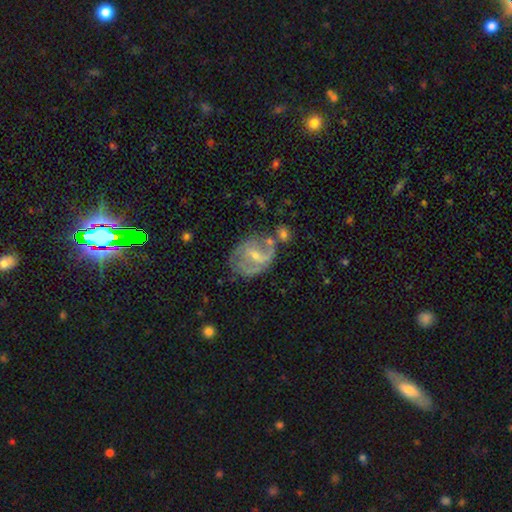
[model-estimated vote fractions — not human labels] Overall: featured or disk (72%). Edge-on disk: no (97%). Bar: weak (50%; strong 25%). Spiral arms: yes (79%). Spiral arm count: 2 (59%; can't tell 21%). Spiral winding: medium (45%; loose 28%). Bulge size: small (61%; moderate 33%). Merging: none (48%; minor disturbance 24%).